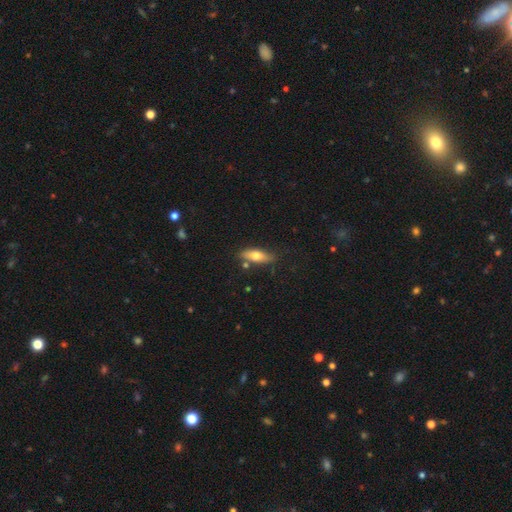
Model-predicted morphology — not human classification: A smooth galaxy with no disk features (64%) that is in between round and cigar-shaped (58%).

Vote fractions:
- Smooth or featured? smooth: 64% / featured or disk: 29% / star or artifact: 6%
- How rounded? in between: 58% / cigar-shaped: 39% / round: 3%
- Merging? none: 77% / minor disturbance: 15% / merger: 5% / major disturbance: 3%